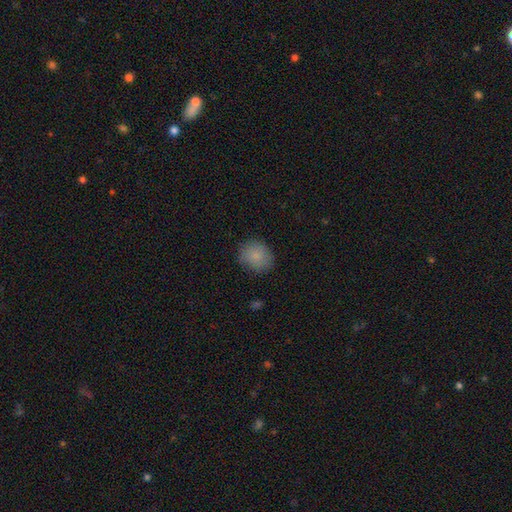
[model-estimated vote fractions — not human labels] The model was most divided on "how rounded": round: 73%, in between: 26%, cigar-shaped: 1%. More confident: smooth or featured — smooth (85%); merging — none (80%).